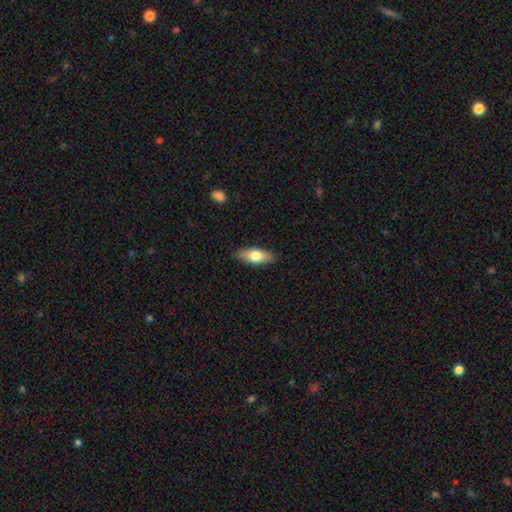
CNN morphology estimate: Smooth or featured: smooth — 73% (featured or disk — 21%)
How rounded: in between — 79% (cigar-shaped — 18%)
Merging: none — 87% (minor disturbance — 10%)